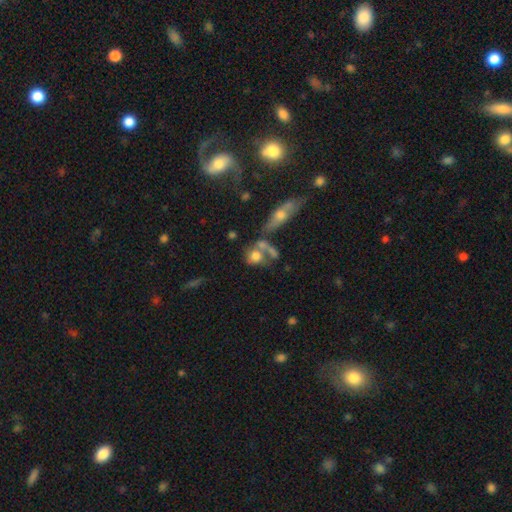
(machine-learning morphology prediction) smooth_or_featured: smooth (p=0.67) [alt: featured or disk p=0.22]
how_rounded: round (p=0.55) [alt: in between p=0.40]
merging: merger (p=0.44) [alt: none p=0.33]